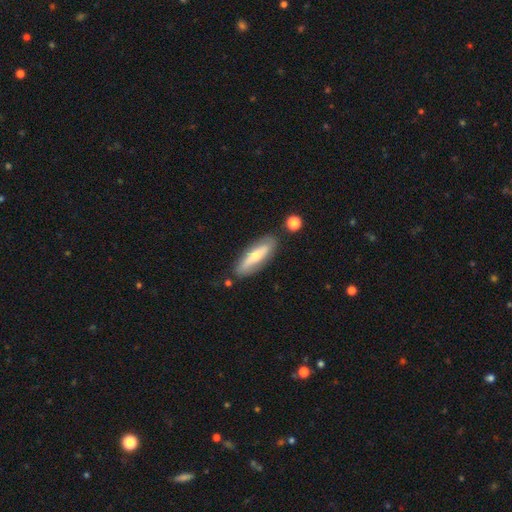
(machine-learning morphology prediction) Smooth or featured? Predicted: smooth (p=0.48). Merging? Predicted: none (p=0.79).